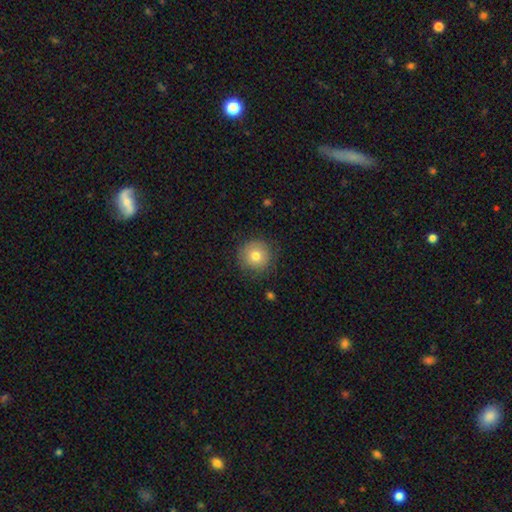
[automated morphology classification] A smooth galaxy with no disk features (77%) that is round (95%). Merging: none (85%).